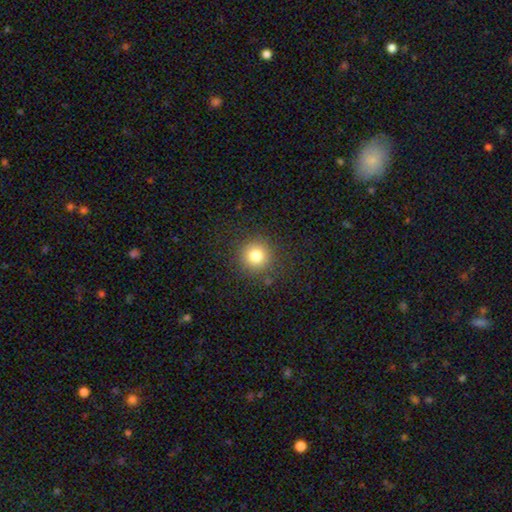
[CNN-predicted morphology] A smooth galaxy with no disk features (80%) that is round (94%).

Vote fractions:
- Smooth or featured? smooth: 80% / star or artifact: 13% / featured or disk: 7%
- How rounded? round: 94% / in between: 5% / cigar-shaped: 1%
- Merging? none: 88% / minor disturbance: 7% / major disturbance: 3% / merger: 1%